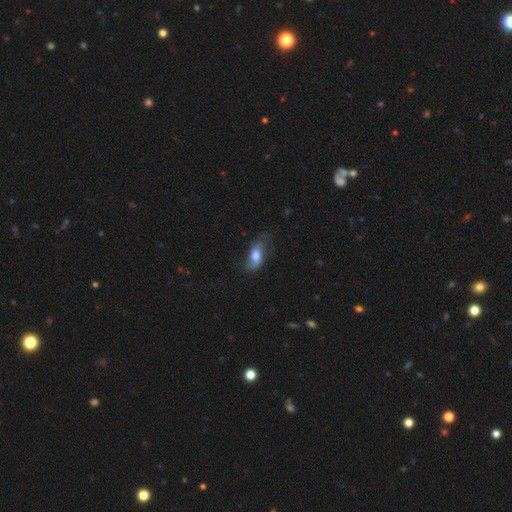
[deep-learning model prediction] Morphology: type=smooth (59%); roundness=in between (83%); merging=none (49%).